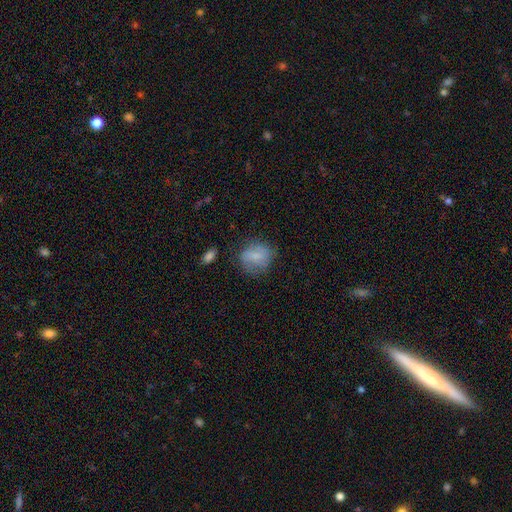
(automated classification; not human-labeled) Morphology: type=smooth (72%); roundness=round (66%); merging=none (63%).